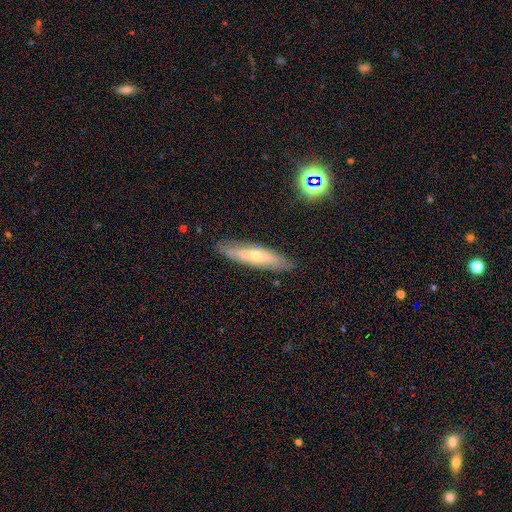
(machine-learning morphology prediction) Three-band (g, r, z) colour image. It shows a featured or disk galaxy (55%) viewed edge-on (57%). Merging: none (84%).